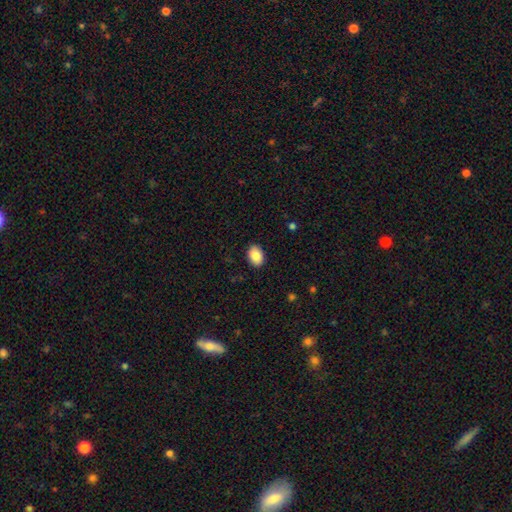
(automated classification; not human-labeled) Smooth or featured? smooth (87%)
How rounded? in between (86%)
Merging? none (89%)